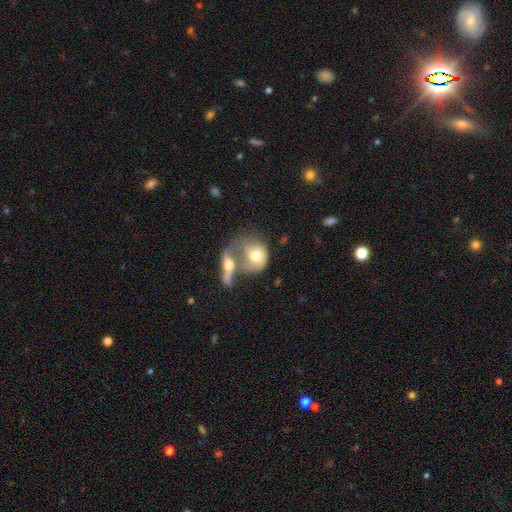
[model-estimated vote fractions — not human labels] A smooth galaxy with no disk features (53%) that is in between round and cigar-shaped (52%).

Vote fractions:
- Smooth or featured? smooth: 53% / featured or disk: 41% / star or artifact: 6%
- How rounded? in between: 52% / round: 45% / cigar-shaped: 3%
- Merging? merger: 67% / major disturbance: 14% / none: 12% / minor disturbance: 7%